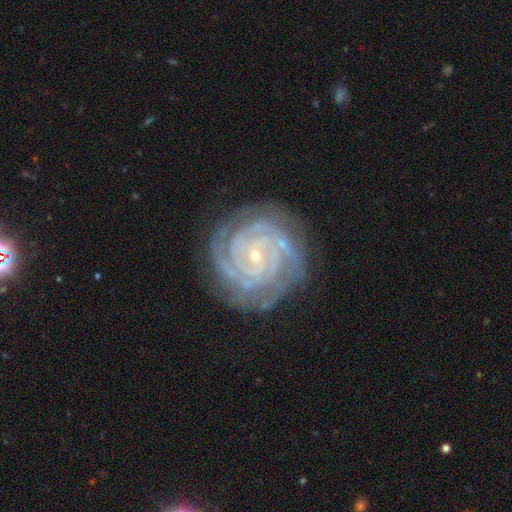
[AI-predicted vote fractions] The model was most divided on "spiral arm count": 3: 27%, 4: 24%, 2: 21%, can't tell: 12%, more than 4: 9%, 1: 7%. More confident: spiral arms — yes (99%); edge-on disk — no (98%); smooth or featured — featured or disk (91%); spiral winding — tight (86%); bulge size — small (85%); merging — none (81%); bar — no (64%).